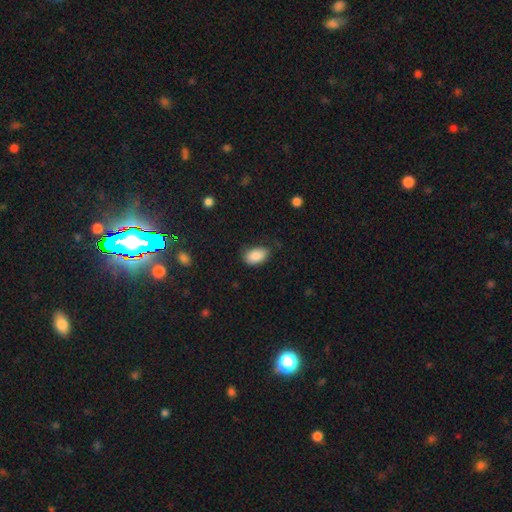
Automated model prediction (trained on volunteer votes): This appears to be a smooth galaxy with no disk features (89%) that is in between round and cigar-shaped (92%). Merging: none (73%).